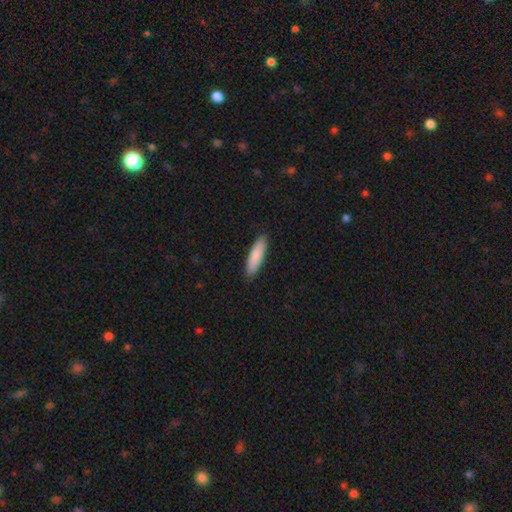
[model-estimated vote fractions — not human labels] A smooth galaxy with no disk features (87%) that is cigar-shaped (69%).

Vote fractions:
- Smooth or featured? smooth: 87% / featured or disk: 8% / star or artifact: 5%
- How rounded? cigar-shaped: 69% / in between: 30% / round: 1%
- Merging? none: 90% / minor disturbance: 8% / major disturbance: 1% / merger: 1%